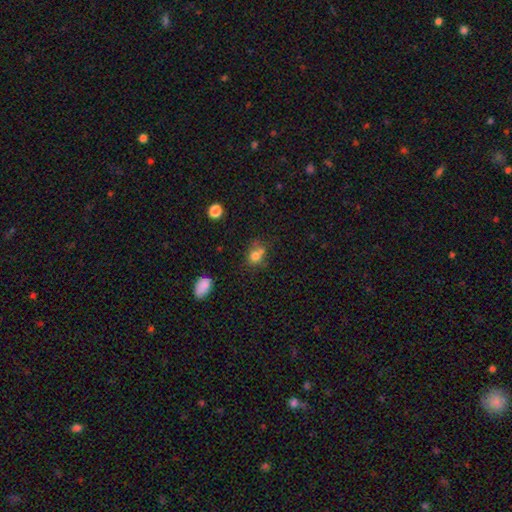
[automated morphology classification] Smooth or featured? smooth (75%)
How rounded? round (60%)
Merging? none (44%)